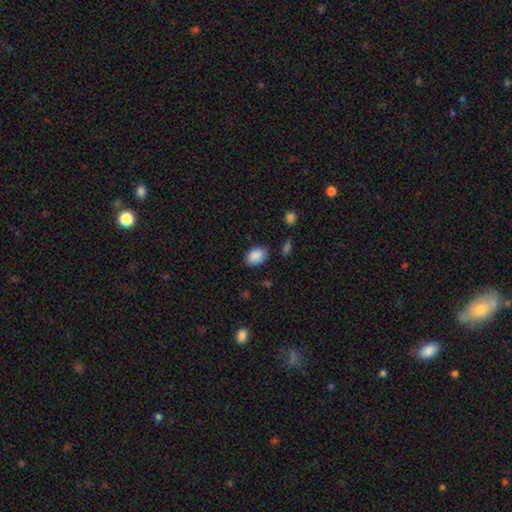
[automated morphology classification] Smooth or featured: smooth — 89% (star or artifact — 8%)
How rounded: in between — 82% (round — 17%)
Merging: none — 80% (minor disturbance — 14%)